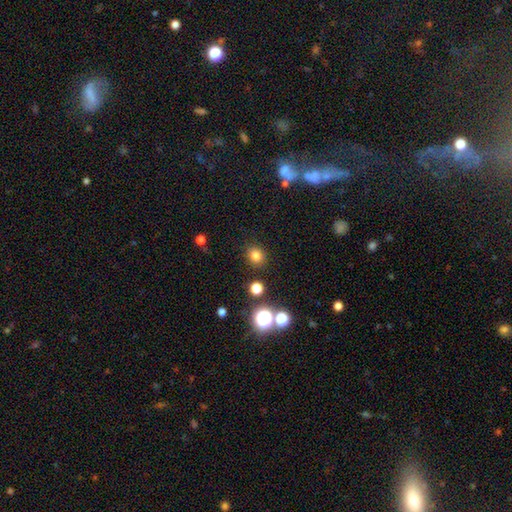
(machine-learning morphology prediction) smooth-or-featured: smooth: 79% | star or artifact: 15% | featured or disk: 5%
  how-rounded: round: 78% | in between: 21% | cigar-shaped: 1%
  merging: none: 88% | minor disturbance: 7% | major disturbance: 3% | merger: 2%